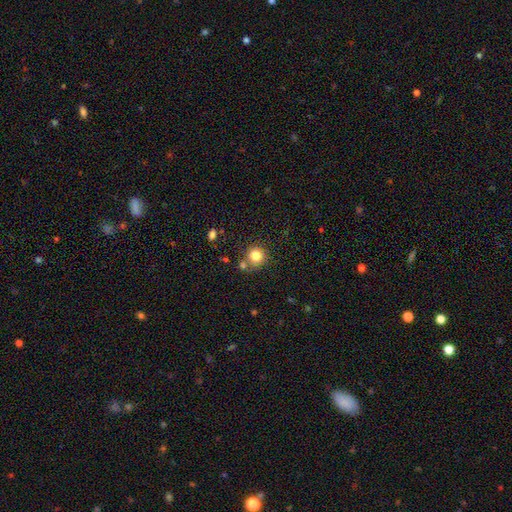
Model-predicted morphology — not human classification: smooth-or-featured: smooth: 82% | star or artifact: 12% | featured or disk: 7%
  how-rounded: round: 91% | in between: 8% | cigar-shaped: 1%
  merging: none: 72% | merger: 14% | minor disturbance: 10% | major disturbance: 3%